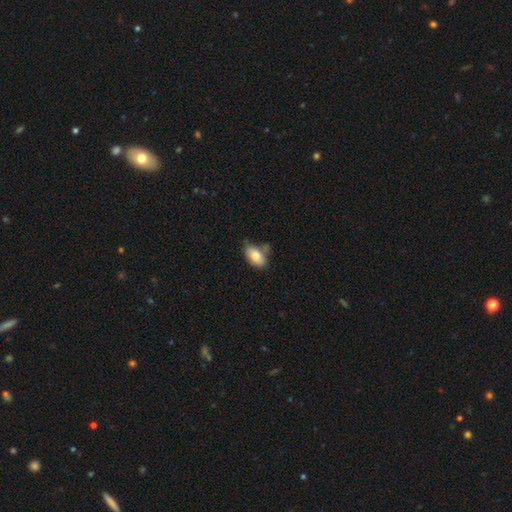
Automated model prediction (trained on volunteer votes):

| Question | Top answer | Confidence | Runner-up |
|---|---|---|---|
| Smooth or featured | smooth | 81% | featured or disk (12%) |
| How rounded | in between | 92% | round (6%) |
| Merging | none | 57% | minor disturbance (26%) |